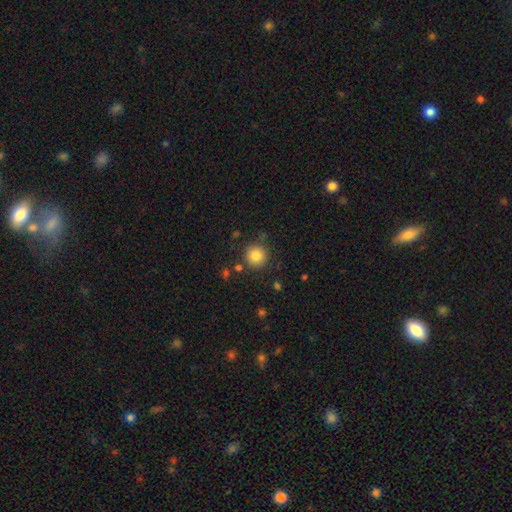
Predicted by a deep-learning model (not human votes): Q: Smooth or featured?
A: smooth (84%); runner-up: star or artifact (11%)
Q: How rounded?
A: round (94%); runner-up: in between (5%)
Q: Merging?
A: none (85%); runner-up: minor disturbance (8%)